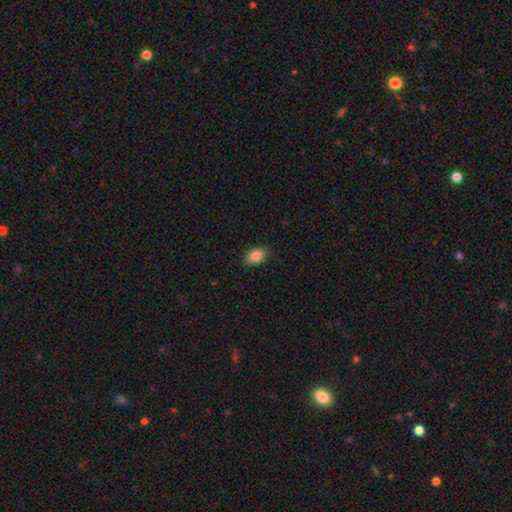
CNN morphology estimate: Overall: smooth (83%). How rounded: in between (89%). Merging: none (87%).